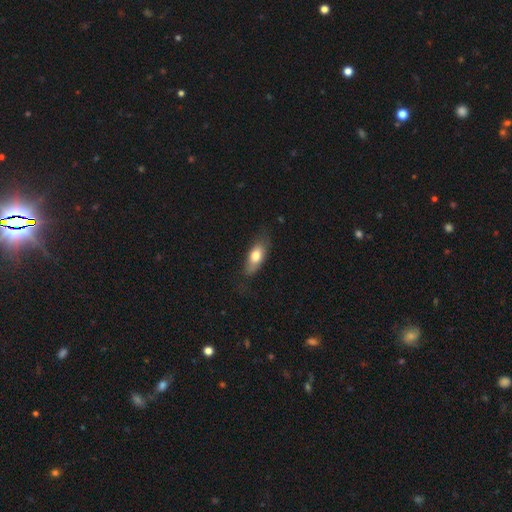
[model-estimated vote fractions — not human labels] Smooth or featured?
  - smooth: 72% *
  - featured or disk: 21%
  - star or artifact: 7%
How rounded?
  - in between: 78% *
  - cigar-shaped: 18%
  - round: 4%
Merging?
  - none: 71% *
  - minor disturbance: 21%
  - major disturbance: 6%
  - merger: 1%